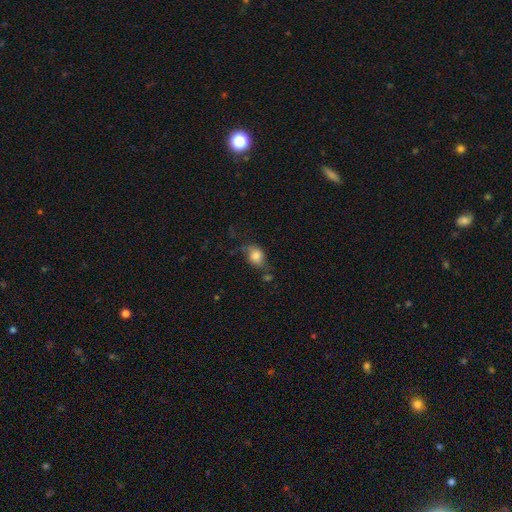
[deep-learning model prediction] A smooth galaxy with no disk features (80%) that is in between round and cigar-shaped (59%). Merging: none (55%).